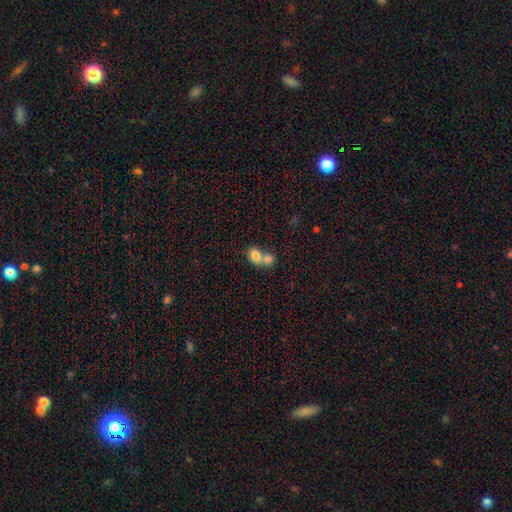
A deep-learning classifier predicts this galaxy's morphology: Q: Smooth or featured?
A: smooth (77%); runner-up: featured or disk (14%)
Q: How rounded?
A: in between (58%); runner-up: round (40%)
Q: Merging?
A: merger (70%); runner-up: none (22%)